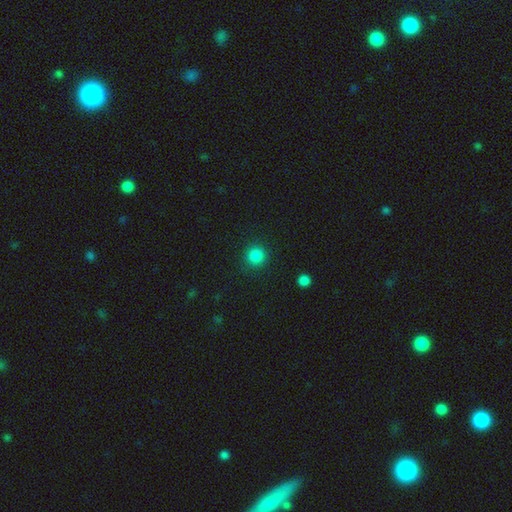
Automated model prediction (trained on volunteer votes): smooth 86%, star or artifact 11%, featured or disk 3%. Down the decision tree: how rounded — round (94%); merging — none (90%).